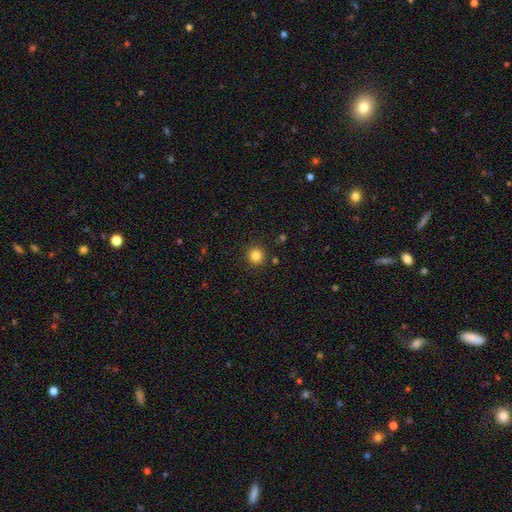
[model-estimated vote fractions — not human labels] Q: Smooth or featured?
A: smooth (84%); runner-up: star or artifact (12%)
Q: How rounded?
A: round (94%); runner-up: in between (5%)
Q: Merging?
A: none (90%); runner-up: minor disturbance (6%)